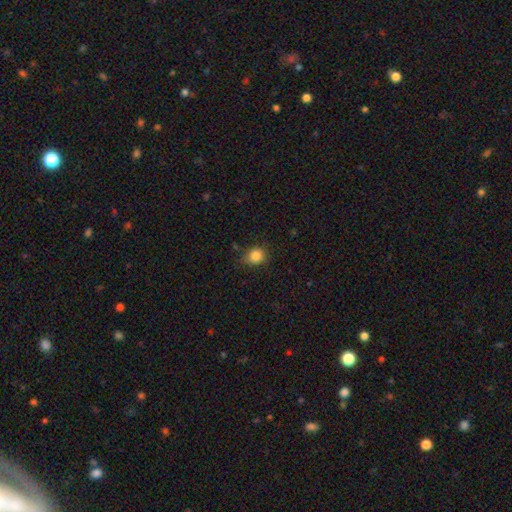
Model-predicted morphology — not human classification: smooth 84%, star or artifact 11%, featured or disk 5%. Down the decision tree: how rounded — round (73%); merging — none (75%).